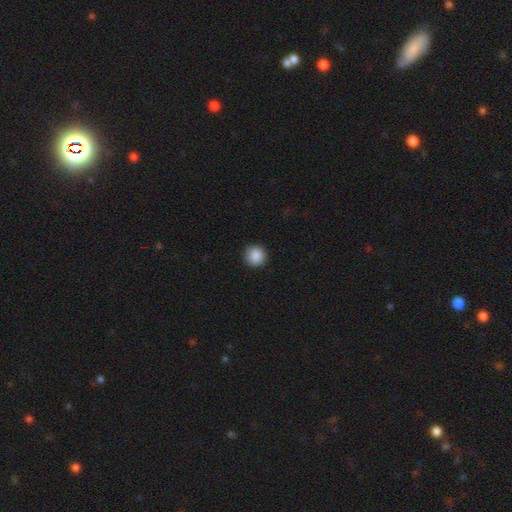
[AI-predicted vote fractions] smooth 89%, star or artifact 8%, featured or disk 3%. Down the decision tree: how rounded — round (94%); merging — none (90%).